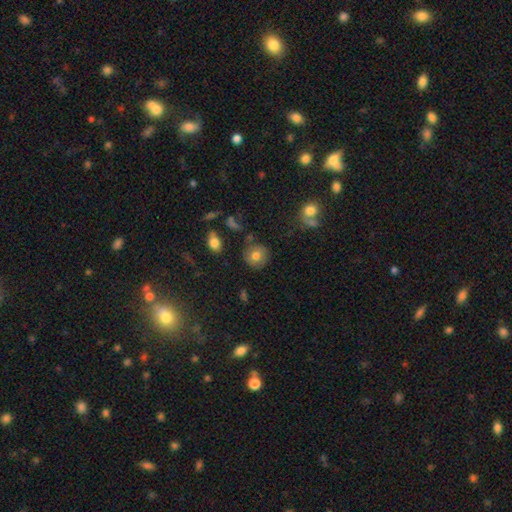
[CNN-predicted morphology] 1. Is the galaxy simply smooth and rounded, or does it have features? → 72% smooth, 17% featured or disk, 11% star or artifact.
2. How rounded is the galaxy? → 87% round, 12% in between, 1% cigar-shaped.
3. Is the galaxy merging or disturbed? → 76% none, 16% minor disturbance, 5% major disturbance, 4% merger.